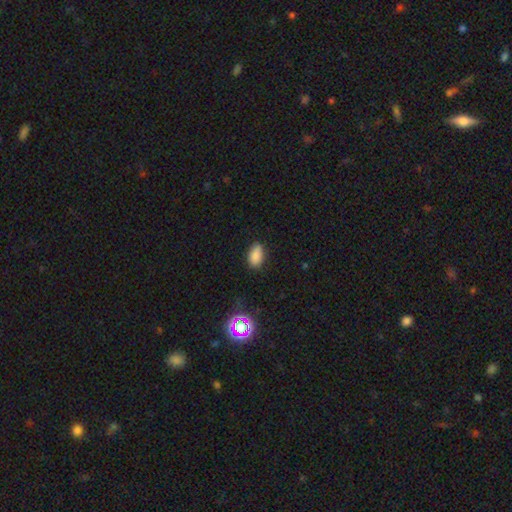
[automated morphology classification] Smooth or featured? smooth (84%)
How rounded? in between (90%)
Merging? none (81%)